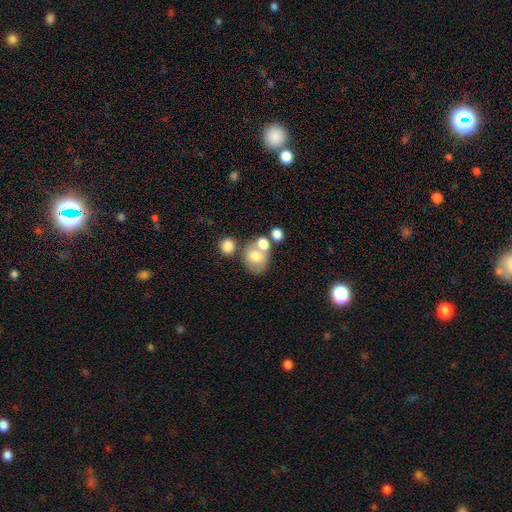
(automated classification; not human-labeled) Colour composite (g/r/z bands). It shows a smooth galaxy with no disk features (69%) that is round (56%). Merging: none (40%).